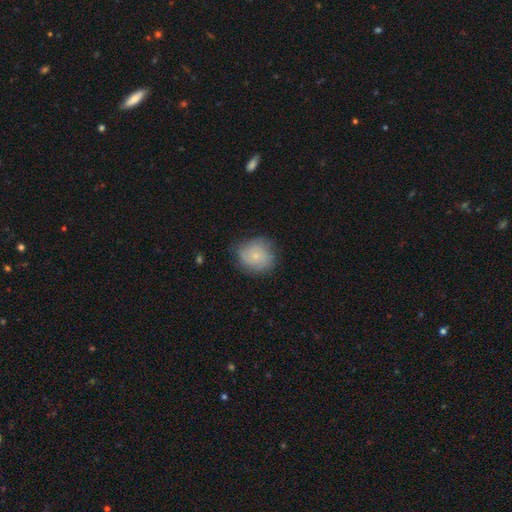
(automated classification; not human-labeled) Smooth or featured?
  - smooth: 56% *
  - featured or disk: 36%
  - star or artifact: 8%
How rounded?
  - round: 77% *
  - in between: 22%
  - cigar-shaped: 1%
Merging?
  - none: 71% *
  - minor disturbance: 22%
  - major disturbance: 6%
  - merger: 1%